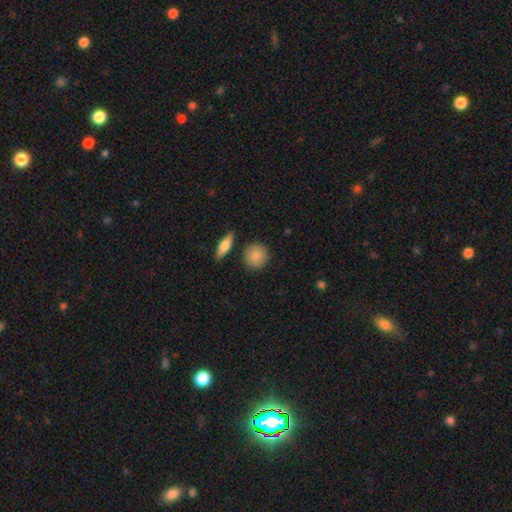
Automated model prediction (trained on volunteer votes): A smooth galaxy with no disk features (84%) that is round (89%).

Vote fractions:
- Smooth or featured? smooth: 84% / featured or disk: 9% / star or artifact: 7%
- How rounded? round: 89% / in between: 10% / cigar-shaped: 2%
- Merging? none: 86% / minor disturbance: 8% / merger: 4% / major disturbance: 2%